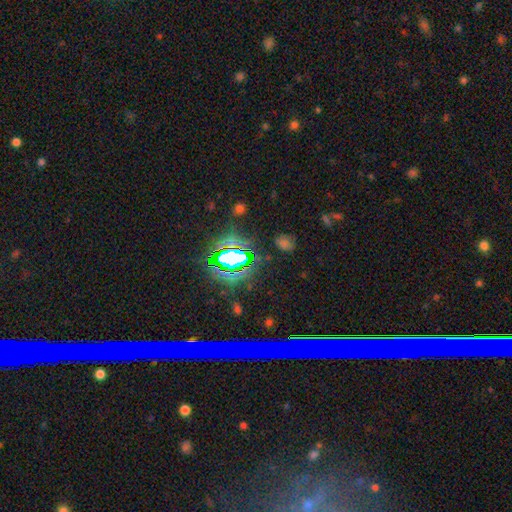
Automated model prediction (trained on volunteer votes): Smooth or featured?
  - star or artifact: 72% *
  - smooth: 14%
  - featured or disk: 14%